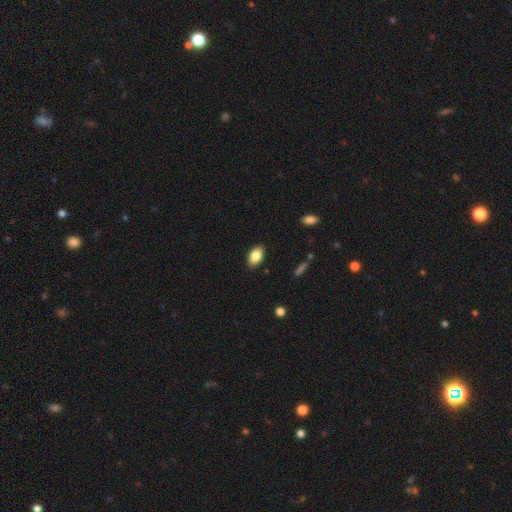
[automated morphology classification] A smooth galaxy with no disk features (85%) that is in between round and cigar-shaped (92%). Merging: none (88%).